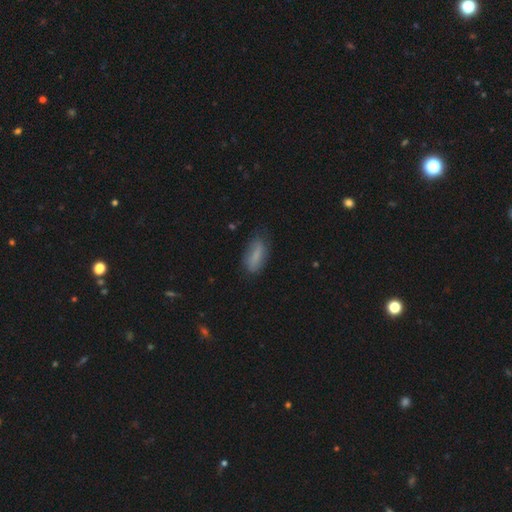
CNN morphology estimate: smooth-or-featured: smooth: 76% | featured or disk: 16% | star or artifact: 8%
  how-rounded: in between: 73% | cigar-shaped: 24% | round: 3%
  merging: none: 69% | minor disturbance: 23% | major disturbance: 6% | merger: 2%